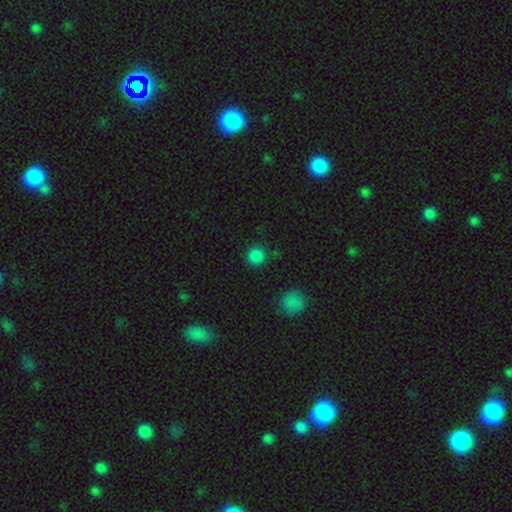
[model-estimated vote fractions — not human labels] A smooth galaxy with no disk features (84%) that is round (93%). Merging: none (86%).